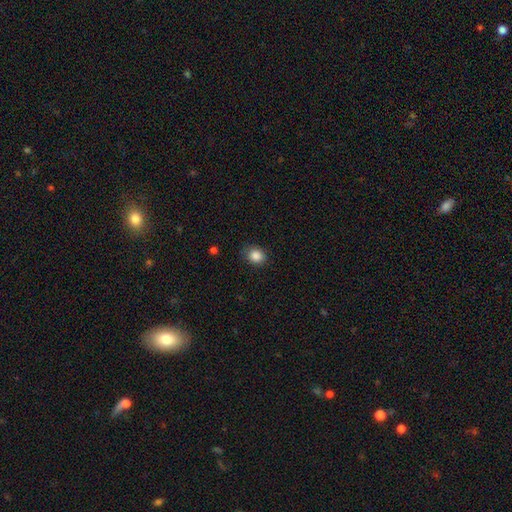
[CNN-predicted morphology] A smooth galaxy with no disk features (86%) that is round (66%). Merging: none (81%).